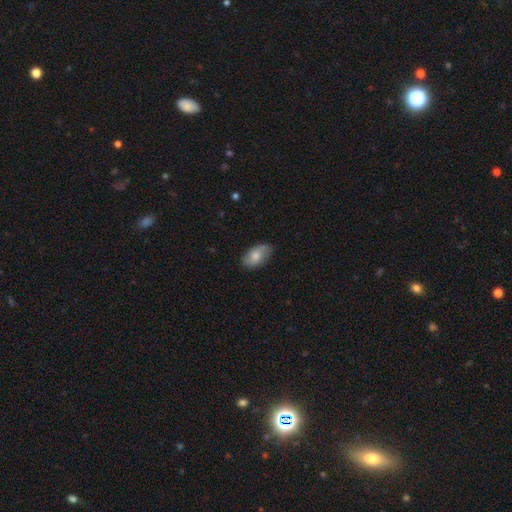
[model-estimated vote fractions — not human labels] Smooth or featured? Predicted: smooth (p=0.56). How rounded? Predicted: in between (p=0.92). Merging? Predicted: none (p=0.79).